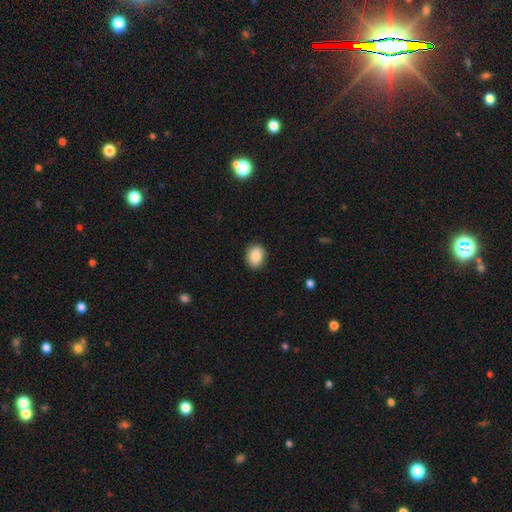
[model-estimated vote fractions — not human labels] smooth-or-featured: smooth: 87% | star or artifact: 8% | featured or disk: 6%
  how-rounded: in between: 57% | round: 42% | cigar-shaped: 1%
  merging: none: 86% | minor disturbance: 11% | major disturbance: 2% | merger: 1%